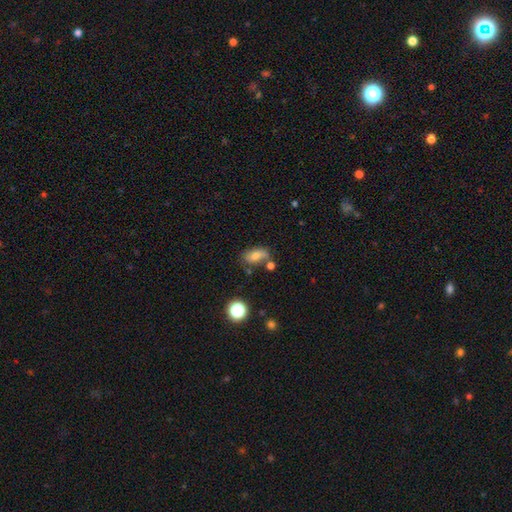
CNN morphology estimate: A smooth galaxy with no disk features (68%) that is in between round and cigar-shaped (84%).

Vote fractions:
- Smooth or featured? smooth: 68% / featured or disk: 21% / star or artifact: 12%
- How rounded? in between: 84% / round: 11% / cigar-shaped: 5%
- Merging? none: 51% / minor disturbance: 22% / merger: 18% / major disturbance: 9%